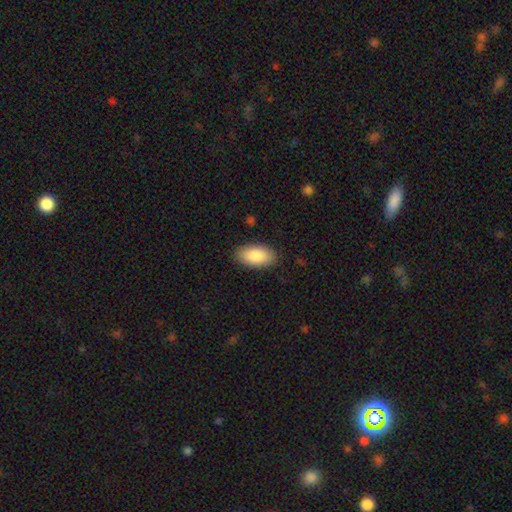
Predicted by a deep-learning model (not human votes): A smooth galaxy with no disk features (87%) that is in between round and cigar-shaped (95%).

Vote fractions:
- Smooth or featured? smooth: 87% / featured or disk: 8% / star or artifact: 6%
- How rounded? in between: 95% / round: 3% / cigar-shaped: 2%
- Merging? none: 87% / minor disturbance: 10% / major disturbance: 2% / merger: 1%